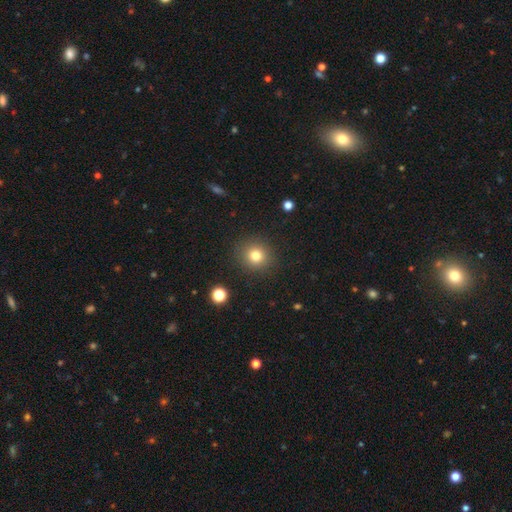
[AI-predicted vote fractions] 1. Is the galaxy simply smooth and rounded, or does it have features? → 80% smooth, 13% star or artifact, 7% featured or disk.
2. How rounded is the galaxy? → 90% round, 9% in between, 1% cigar-shaped.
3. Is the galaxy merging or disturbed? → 90% none, 6% minor disturbance, 3% major disturbance, 1% merger.